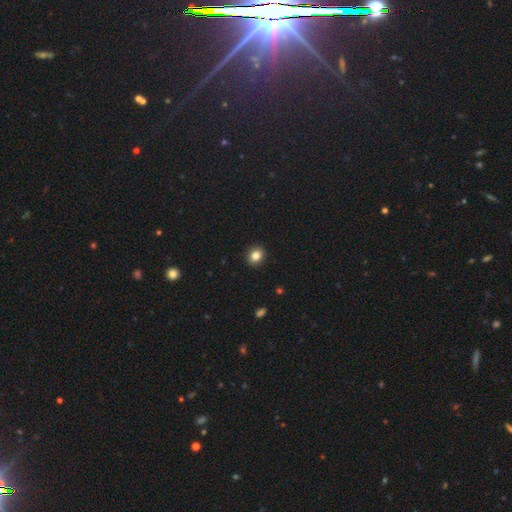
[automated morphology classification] This appears to be a smooth galaxy with no disk features (84%) that is round (70%). Merging: none (92%).